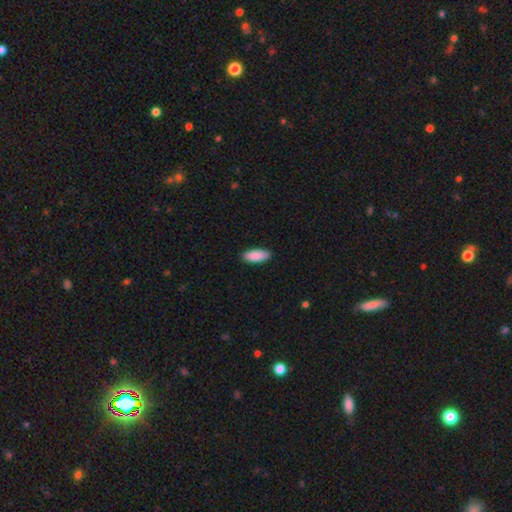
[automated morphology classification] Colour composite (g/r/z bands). It shows a smooth galaxy with no disk features (90%) that is in between round and cigar-shaped (79%). Merging: none (90%).